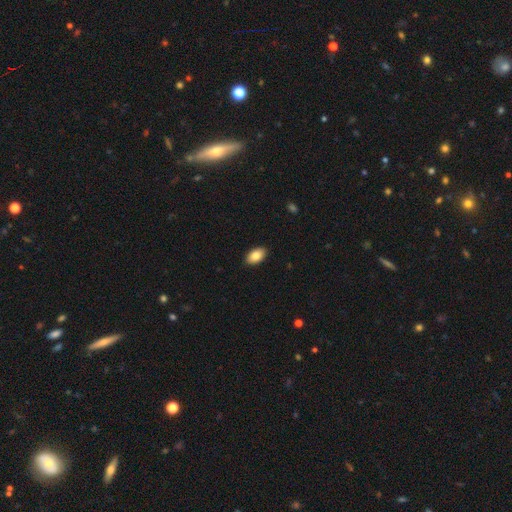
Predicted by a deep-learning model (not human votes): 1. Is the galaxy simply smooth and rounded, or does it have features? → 84% smooth, 9% featured or disk, 7% star or artifact.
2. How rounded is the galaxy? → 93% in between, 5% round, 2% cigar-shaped.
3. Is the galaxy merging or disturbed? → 90% none, 8% minor disturbance, 2% major disturbance, 1% merger.